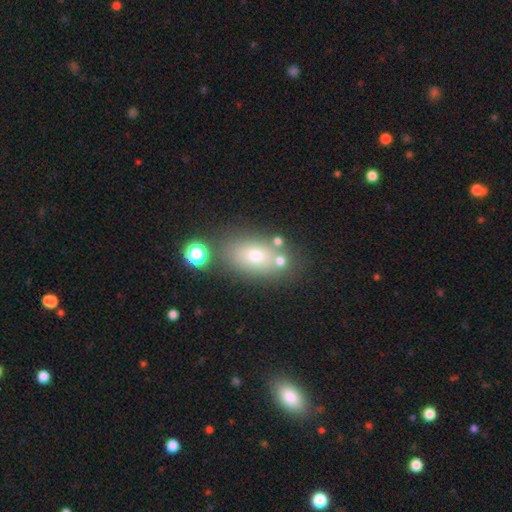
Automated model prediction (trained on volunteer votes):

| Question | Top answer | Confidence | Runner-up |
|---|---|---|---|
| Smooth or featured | smooth | 67% | featured or disk (19%) |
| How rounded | in between | 79% | round (18%) |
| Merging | none | 68% | merger (13%) |